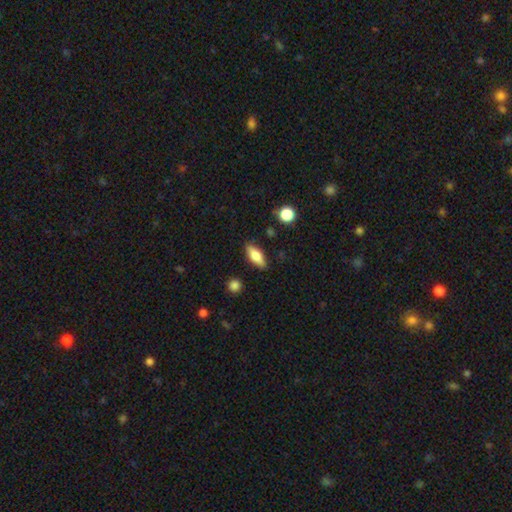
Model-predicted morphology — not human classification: A smooth galaxy with no disk features (68%) that is in between round and cigar-shaped (69%). Merging: none (85%).